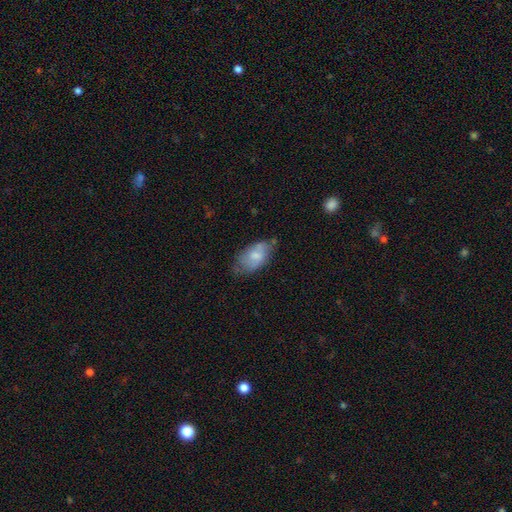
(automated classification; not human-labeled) Smooth or featured? smooth (66%)
How rounded? in between (93%)
Merging? none (53%)